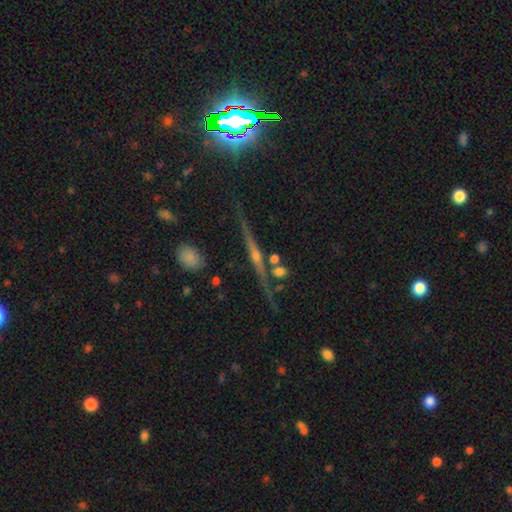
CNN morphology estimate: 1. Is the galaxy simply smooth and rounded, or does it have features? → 72% featured or disk, 17% star or artifact, 11% smooth.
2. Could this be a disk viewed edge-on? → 95% yes, 5% no.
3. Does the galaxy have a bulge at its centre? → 84% rounded, 9% none, 7% boxy.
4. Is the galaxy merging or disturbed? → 80% none, 11% minor disturbance, 5% merger, 4% major disturbance.